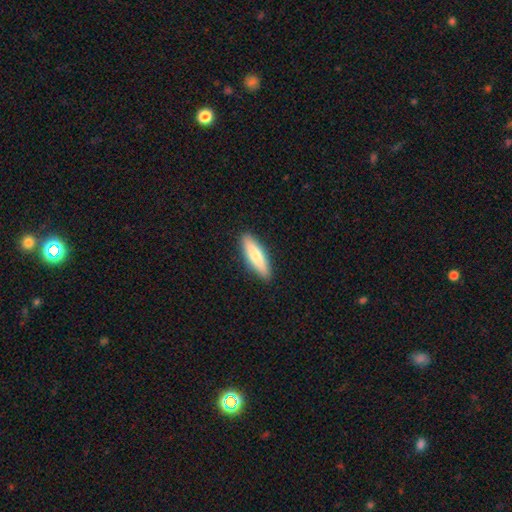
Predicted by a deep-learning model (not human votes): Smooth or featured? Predicted: smooth (p=0.75). How rounded? Predicted: cigar-shaped (p=0.65). Merging? Predicted: none (p=0.90).